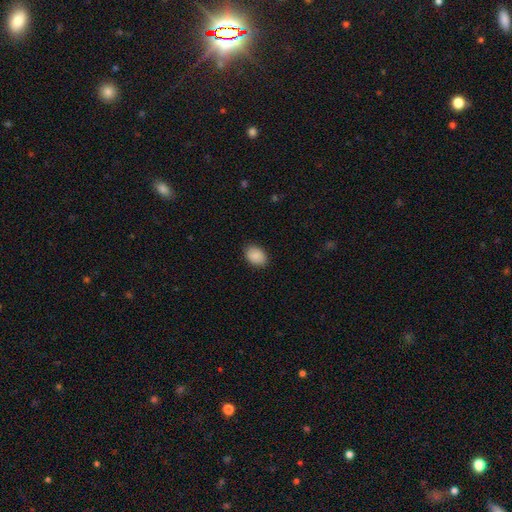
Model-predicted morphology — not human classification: A smooth galaxy with no disk features (90%) that is in between round and cigar-shaped (83%).

Vote fractions:
- Smooth or featured? smooth: 90% / star or artifact: 7% / featured or disk: 3%
- How rounded? in between: 83% / round: 16% / cigar-shaped: 1%
- Merging? none: 88% / minor disturbance: 9% / major disturbance: 2% / merger: 1%